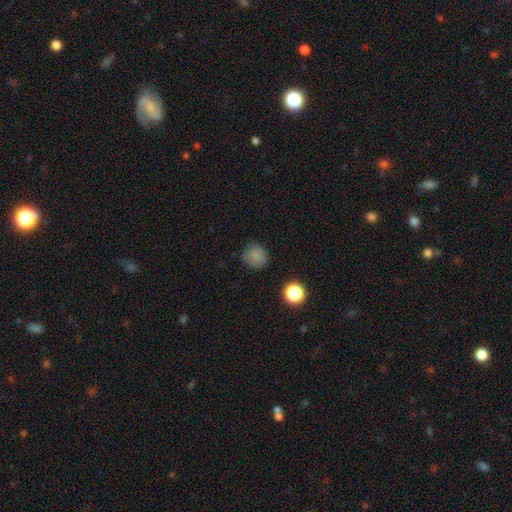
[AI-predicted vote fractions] This is clearly a smooth galaxy (81%). How rounded: clearly round (87%). Merging: clearly none (82%).